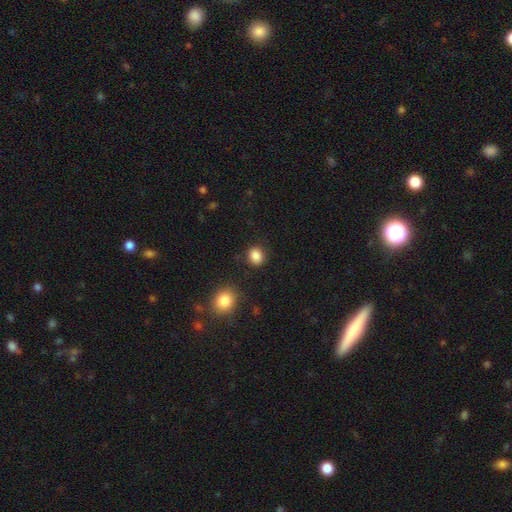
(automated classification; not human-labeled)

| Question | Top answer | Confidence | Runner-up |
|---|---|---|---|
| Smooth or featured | smooth | 87% | star or artifact (10%) |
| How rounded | round | 67% | in between (32%) |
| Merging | none | 85% | minor disturbance (10%) |